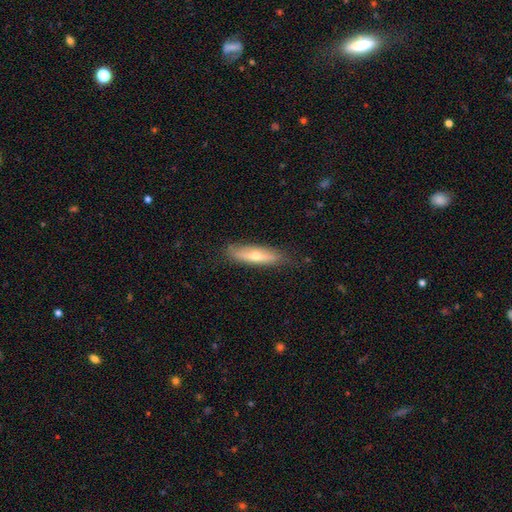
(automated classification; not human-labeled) smooth_or_featured: smooth (p=0.49) [alt: featured or disk p=0.44]
merging: none (p=0.81) [alt: minor disturbance p=0.15]